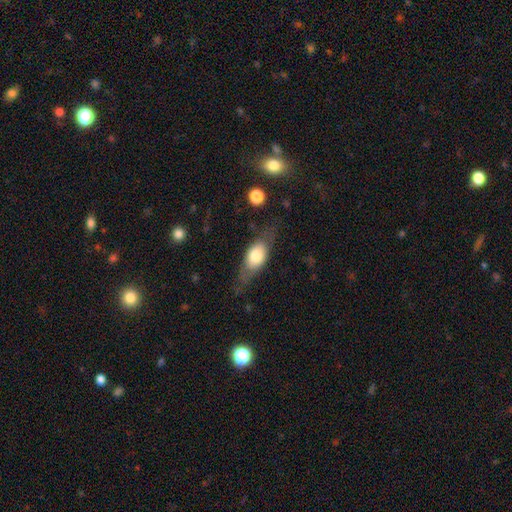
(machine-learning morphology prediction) Smooth or featured: smooth — 61% (featured or disk — 33%)
How rounded: in between — 73% (cigar-shaped — 18%)
Merging: none — 65% (minor disturbance — 21%)